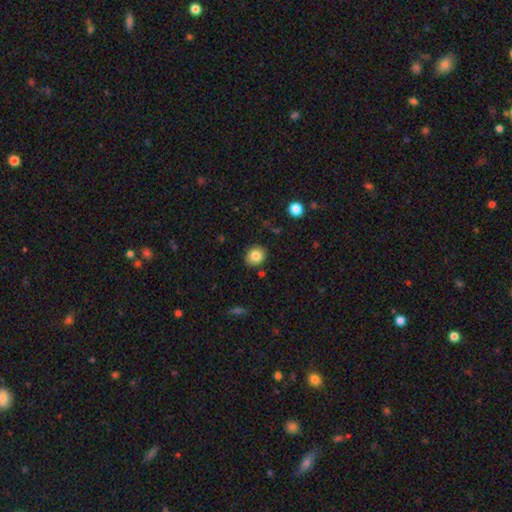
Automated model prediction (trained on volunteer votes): This appears to be a smooth galaxy with no disk features (82%) that is round (69%). Merging: none (87%).